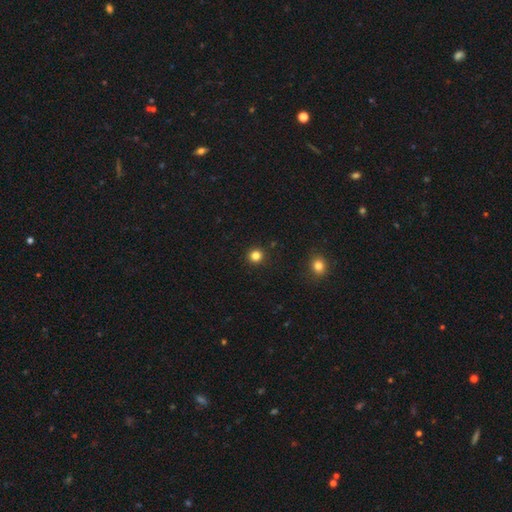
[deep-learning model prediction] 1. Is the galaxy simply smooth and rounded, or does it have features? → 81% smooth, 14% star or artifact, 4% featured or disk.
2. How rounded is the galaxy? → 94% round, 5% in between, 1% cigar-shaped.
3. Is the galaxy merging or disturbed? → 92% none, 5% minor disturbance, 2% major disturbance, 2% merger.